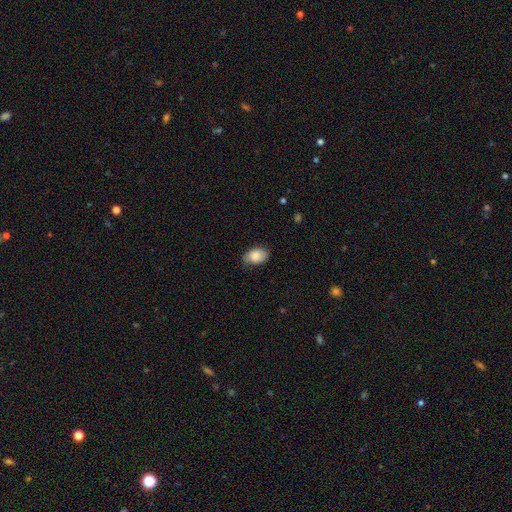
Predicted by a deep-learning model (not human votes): Overall: smooth (83%). How rounded: in between (87%). Merging: none (67%; minor disturbance 27%).